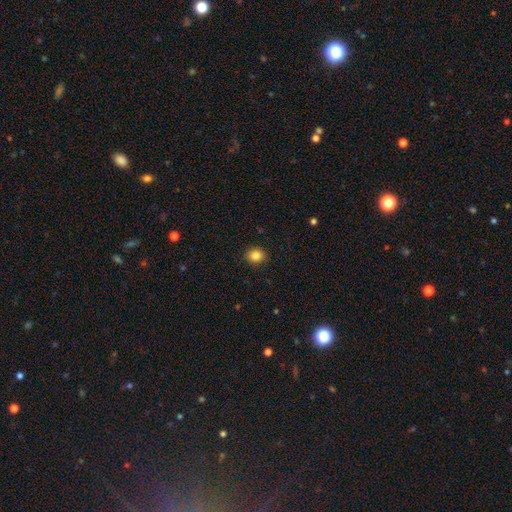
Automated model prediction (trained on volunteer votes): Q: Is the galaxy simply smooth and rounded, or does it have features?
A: smooth — 85%.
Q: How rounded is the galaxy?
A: round — 72%.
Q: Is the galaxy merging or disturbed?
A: none — 89%.